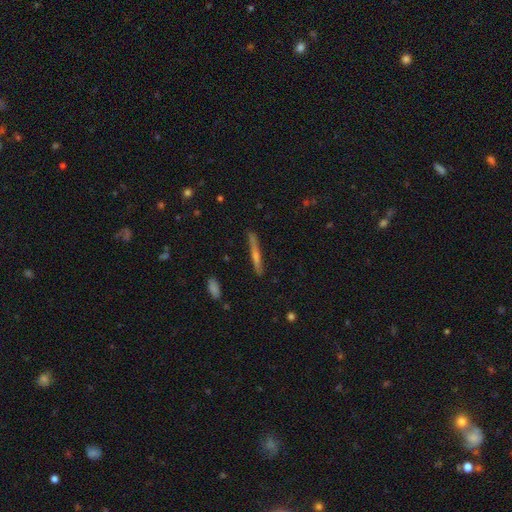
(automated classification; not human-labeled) Smooth or featured? featured or disk (52%)
Edge-on disk? yes (95%)
Merging? none (86%)